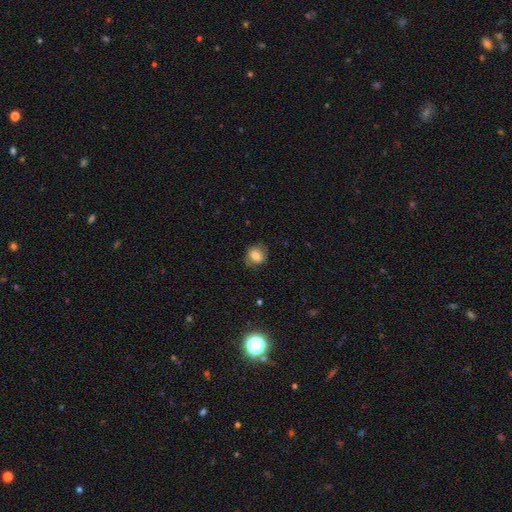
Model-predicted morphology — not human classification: Smooth or featured? smooth (66%)
How rounded? round (65%)
Merging? none (70%)